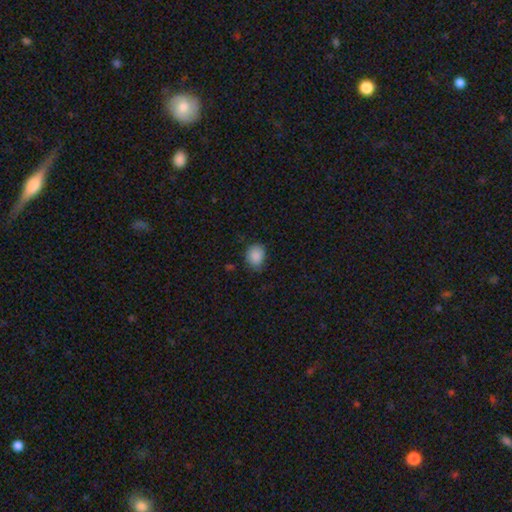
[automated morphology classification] A smooth galaxy with no disk features (88%) that is round (53%).

Vote fractions:
- Smooth or featured? smooth: 88% / star or artifact: 8% / featured or disk: 4%
- How rounded? round: 53% / in between: 46% / cigar-shaped: 1%
- Merging? none: 69% / minor disturbance: 25% / major disturbance: 5% / merger: 2%